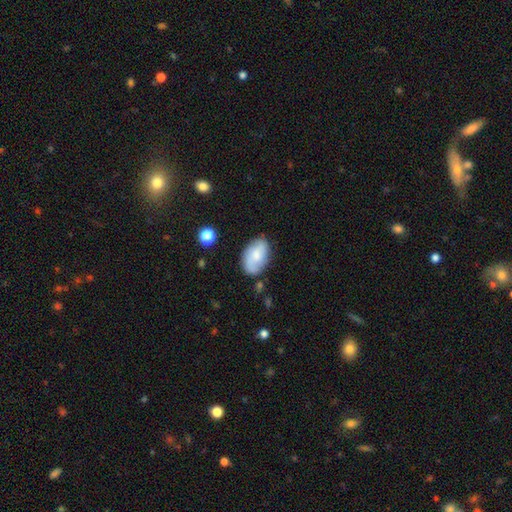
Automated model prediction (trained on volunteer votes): Overall: smooth (57%; featured or disk 36%). How rounded: in between (89%). Merging: none (70%).